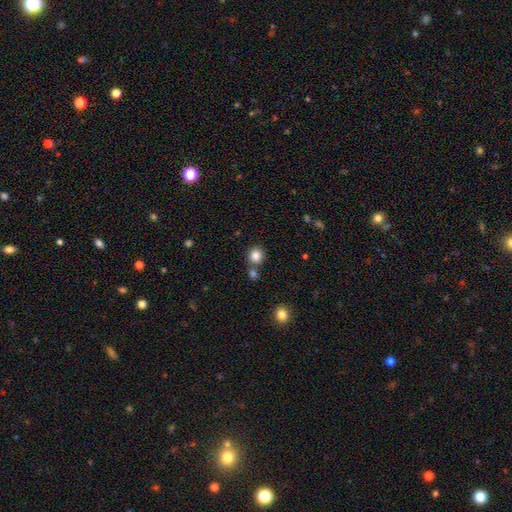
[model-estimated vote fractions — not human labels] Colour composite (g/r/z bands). It shows a smooth galaxy with no disk features (84%) that is round (90%). Merging: none (74%).